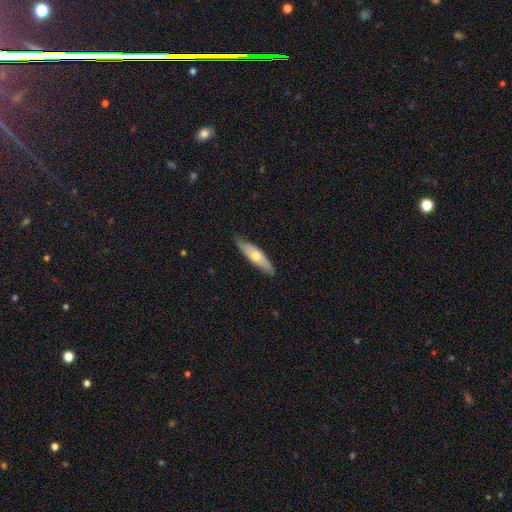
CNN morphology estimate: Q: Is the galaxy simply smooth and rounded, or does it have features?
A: smooth — 54%.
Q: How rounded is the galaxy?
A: cigar-shaped — 66%.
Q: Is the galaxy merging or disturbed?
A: none — 77%.